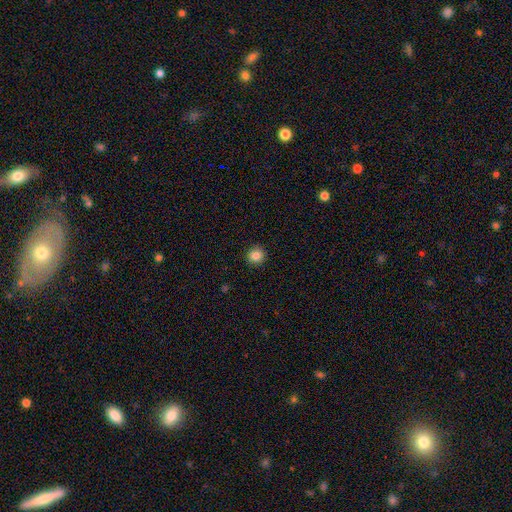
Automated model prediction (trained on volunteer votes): Smooth or featured? Predicted: smooth (p=0.86). How rounded? Predicted: round (p=0.93). Merging? Predicted: none (p=0.92).